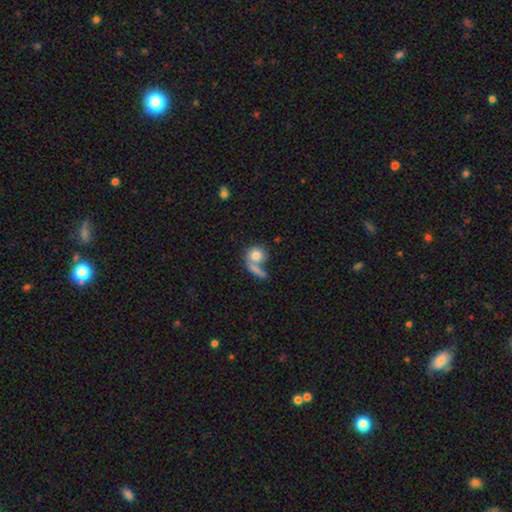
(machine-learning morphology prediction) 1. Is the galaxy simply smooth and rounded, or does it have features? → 77% smooth, 15% featured or disk, 7% star or artifact.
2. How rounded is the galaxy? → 79% round, 18% in between, 4% cigar-shaped.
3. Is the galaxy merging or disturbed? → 43% none, 35% merger, 11% major disturbance, 11% minor disturbance.